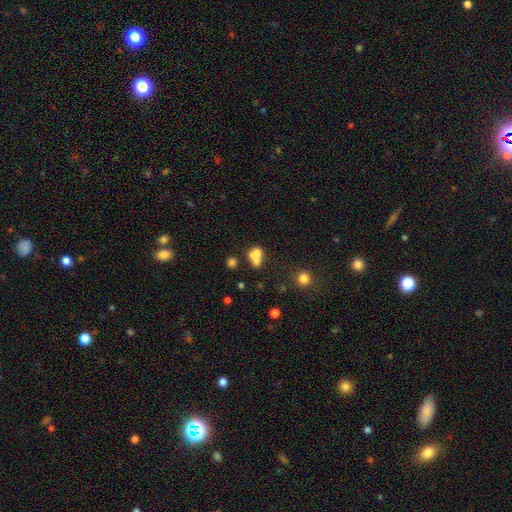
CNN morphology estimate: The model was most divided on "how rounded": round: 63%, in between: 35%, cigar-shaped: 1%. More confident: smooth or featured — smooth (61%); merging — merger (61%).